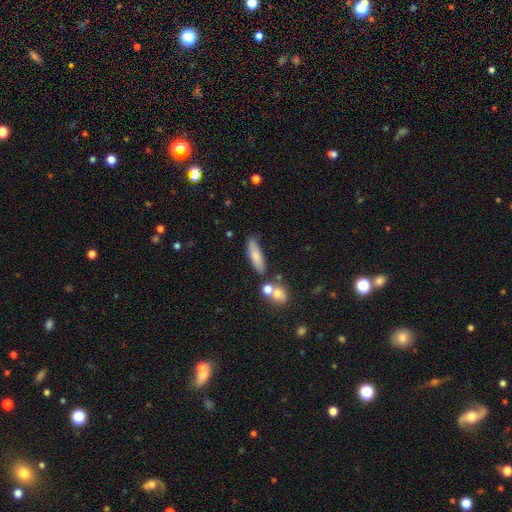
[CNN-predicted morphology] smooth-or-featured: smooth: 75% | featured or disk: 17% | star or artifact: 8%
  how-rounded: cigar-shaped: 56% | in between: 41% | round: 3%
  merging: none: 69% | minor disturbance: 16% | merger: 10% | major disturbance: 5%